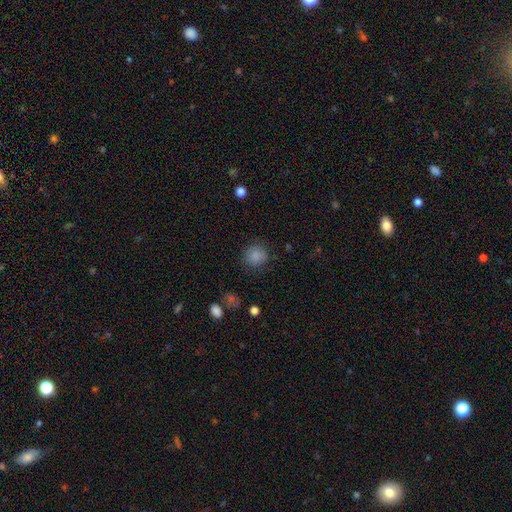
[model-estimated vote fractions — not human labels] Smooth or featured? Predicted: smooth (p=0.85). How rounded? Predicted: round (p=0.89). Merging? Predicted: none (p=0.83).